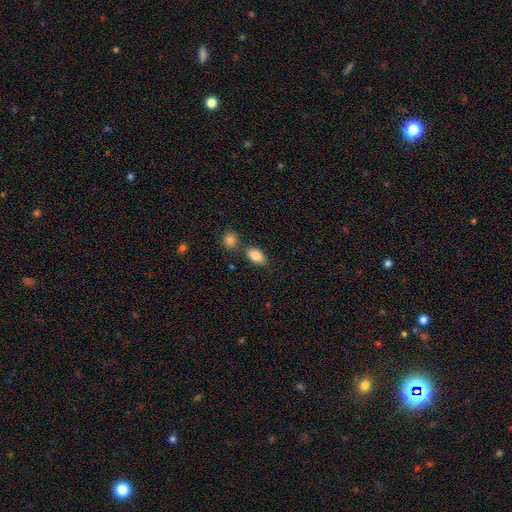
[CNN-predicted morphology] This is clearly a smooth galaxy (85%). How rounded: clearly in between (91%). Merging: likely none (72%).